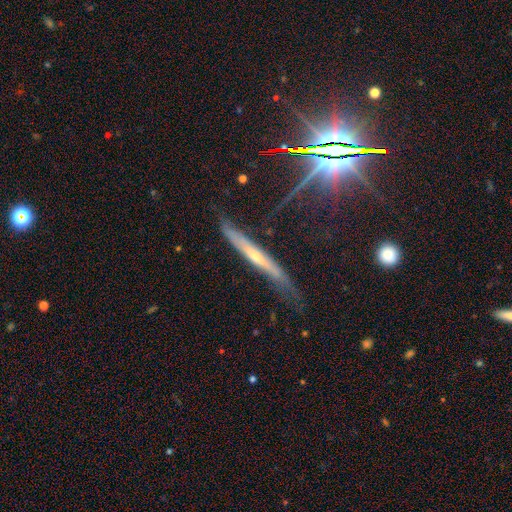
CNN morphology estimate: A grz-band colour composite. It shows a featured or disk galaxy (63%) viewed edge-on (90%) with a rounded central bulge (54%). Merging: none (70%).